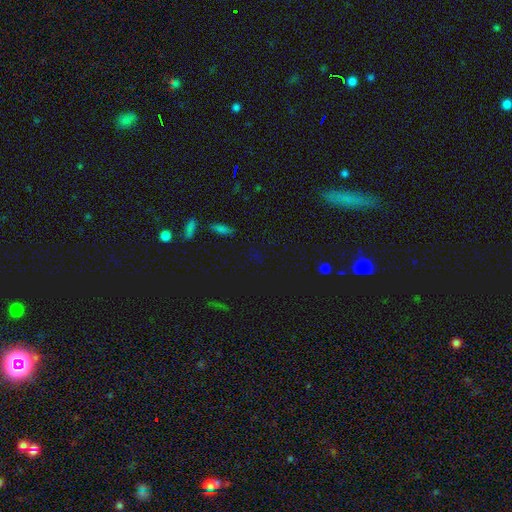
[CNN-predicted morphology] star or artifact 63%, smooth 29%, featured or disk 8%.